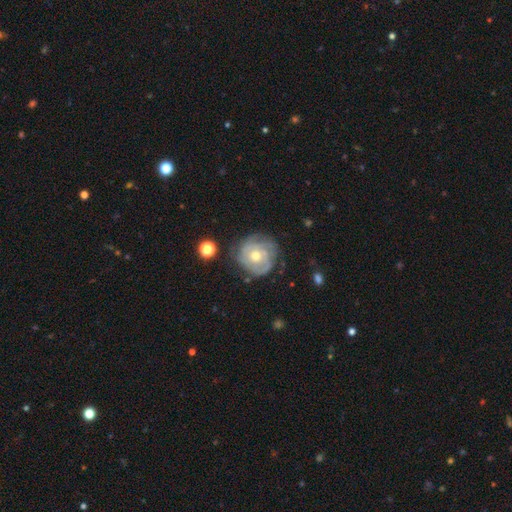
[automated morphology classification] Smooth or featured? featured or disk (75%)
Edge-on disk? no (97%)
Bar? no (81%)
Spiral arms? yes (86%)
Spiral winding? tight (70%)
Spiral arm count? can't tell (43%)
Bulge size? moderate (66%)
Merging? none (69%)